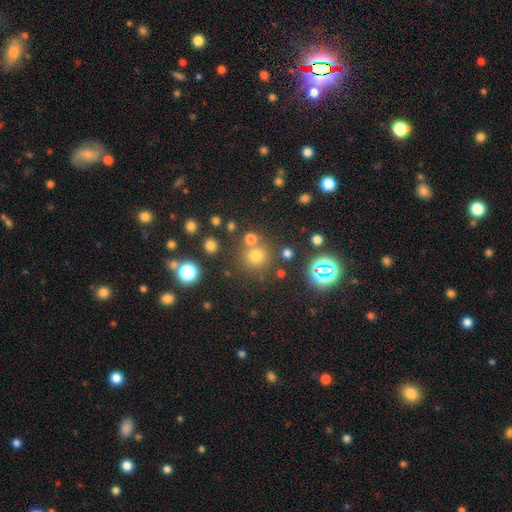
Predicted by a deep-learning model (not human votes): The model was most divided on "smooth or featured": smooth: 67%, star or artifact: 26%, featured or disk: 8%. More confident: how rounded — round (93%); merging — none (77%).